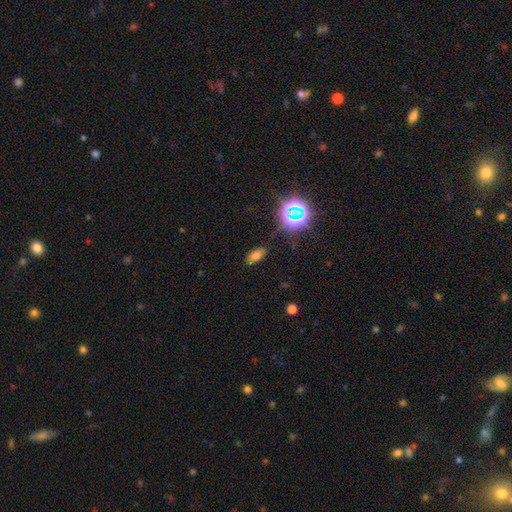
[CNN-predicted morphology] Smooth or featured? Predicted: smooth (p=0.68). How rounded? Predicted: in between (p=0.87). Merging? Predicted: none (p=0.83).